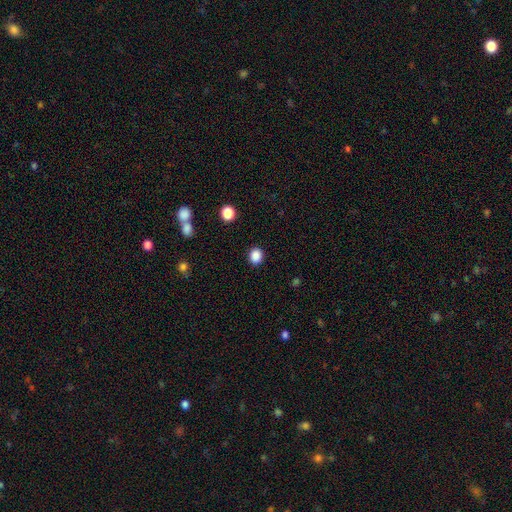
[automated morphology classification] type=smooth (87%); roundness=round (71%); merging=none (90%).